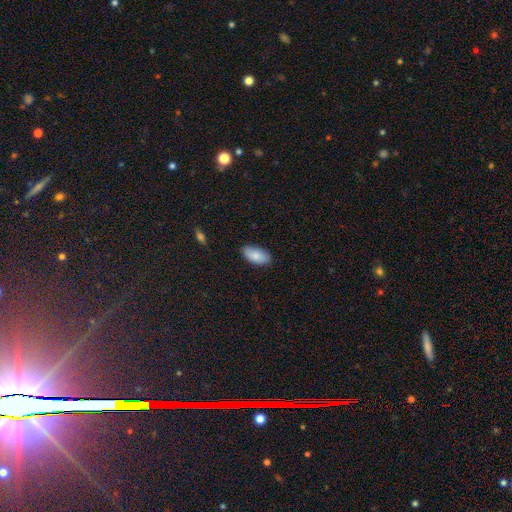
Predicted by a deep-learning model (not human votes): smooth-or-featured: smooth: 87% | featured or disk: 7% | star or artifact: 6%
  how-rounded: in between: 93% | cigar-shaped: 4% | round: 2%
  merging: none: 86% | minor disturbance: 11% | major disturbance: 2% | merger: 1%